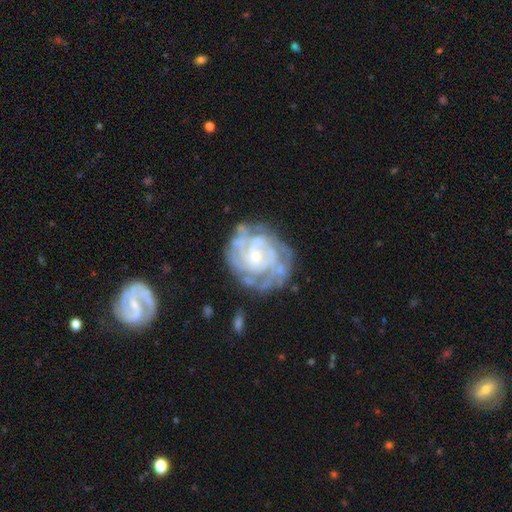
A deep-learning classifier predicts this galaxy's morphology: Smooth or featured: featured or disk — 86% (smooth — 8%)
Edge-on disk: no — 98% (yes — 2%)
Bar: no — 71% (weak — 23%)
Spiral arms: yes — 93% (no — 7%)
Spiral winding: tight — 73% (medium — 22%)
Spiral arm count: can't tell — 39% (3 — 17%)
Bulge size: small — 70% (moderate — 25%)
Merging: none — 68% (minor disturbance — 20%)